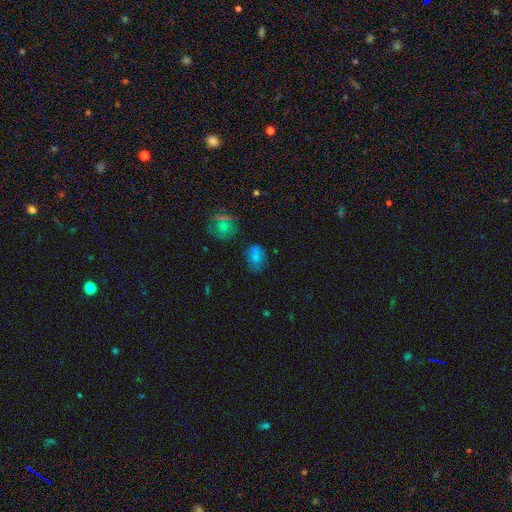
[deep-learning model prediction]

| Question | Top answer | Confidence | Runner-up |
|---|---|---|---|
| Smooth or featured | smooth | 72% | star or artifact (16%) |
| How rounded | in between | 69% | round (30%) |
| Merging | none | 66% | minor disturbance (19%) |